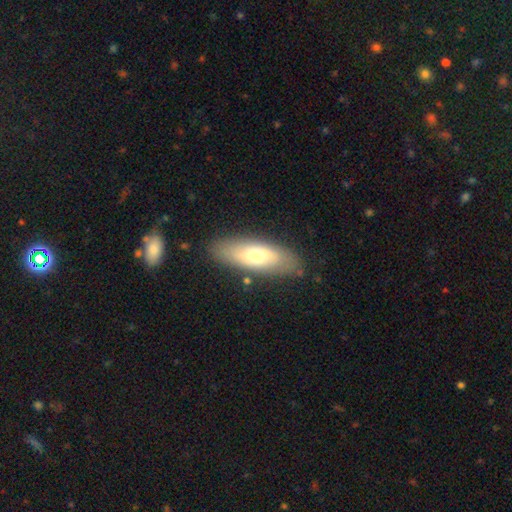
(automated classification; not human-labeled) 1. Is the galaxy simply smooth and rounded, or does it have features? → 60% smooth, 34% featured or disk, 6% star or artifact.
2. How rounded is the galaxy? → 66% in between, 31% cigar-shaped, 2% round.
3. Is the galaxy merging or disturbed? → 81% none, 13% minor disturbance, 3% major disturbance, 3% merger.